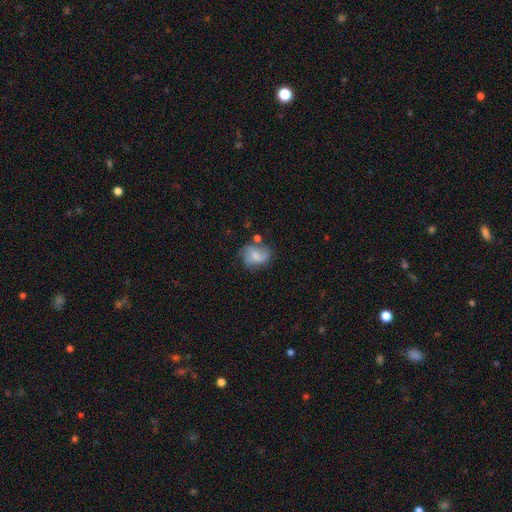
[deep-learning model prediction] smooth_or_featured: featured or disk (p=0.49) [alt: smooth p=0.42]
merging: none (p=0.49) [alt: minor disturbance p=0.25]